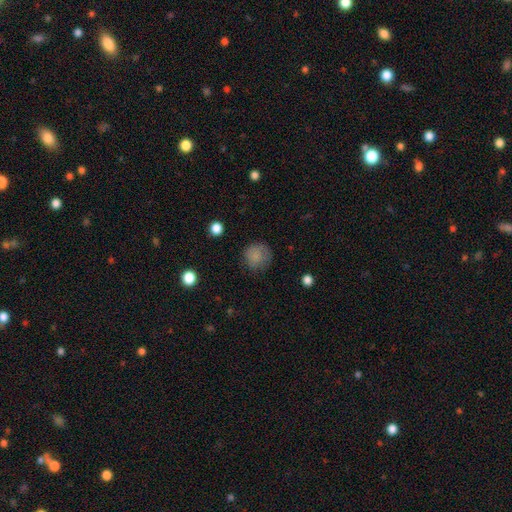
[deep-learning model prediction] Smooth or featured? Predicted: smooth (p=0.82). How rounded? Predicted: round (p=0.91). Merging? Predicted: none (p=0.75).